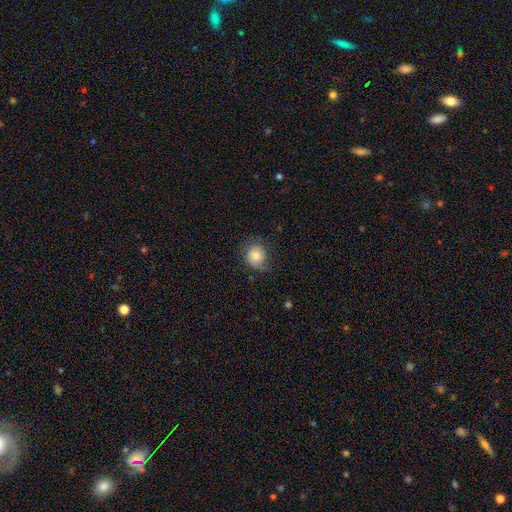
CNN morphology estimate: Overall: smooth (65%; featured or disk 27%). How rounded: round (74%). Merging: none (63%; minor disturbance 25%).